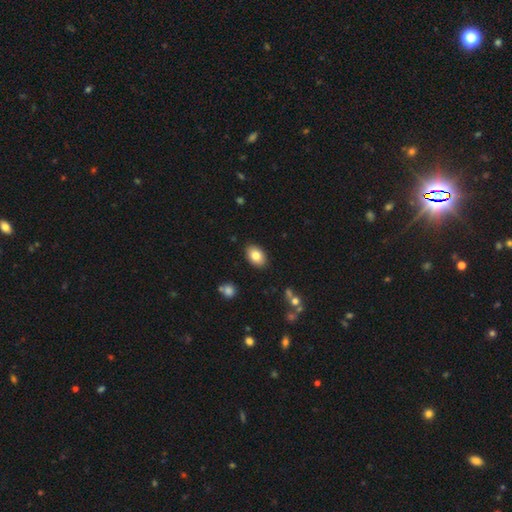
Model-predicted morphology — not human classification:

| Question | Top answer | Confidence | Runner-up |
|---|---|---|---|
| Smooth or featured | smooth | 81% | featured or disk (11%) |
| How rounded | in between | 87% | round (12%) |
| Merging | none | 88% | minor disturbance (9%) |